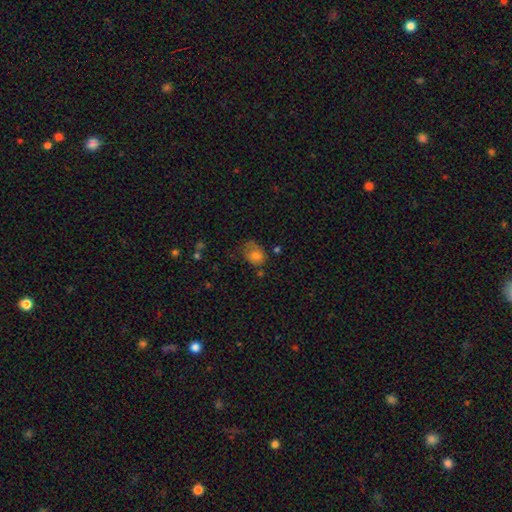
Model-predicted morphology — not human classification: A smooth galaxy with no disk features (74%) that is in between round and cigar-shaped (56%).

Vote fractions:
- Smooth or featured? smooth: 74% / featured or disk: 16% / star or artifact: 10%
- How rounded? in between: 56% / round: 43% / cigar-shaped: 1%
- Merging? none: 43% / minor disturbance: 34% / major disturbance: 17% / merger: 6%